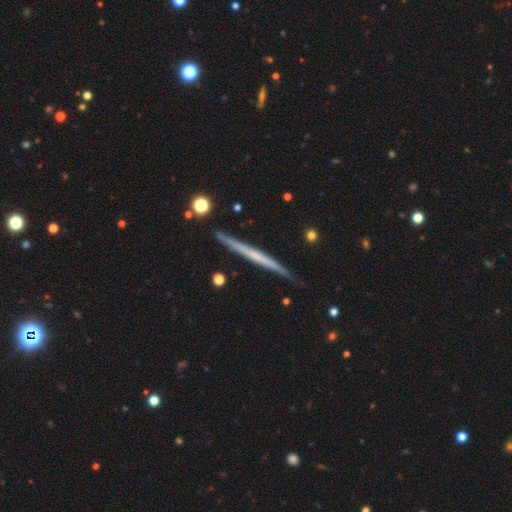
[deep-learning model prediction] Overall: featured or disk (59%; smooth 35%). Edge-on disk: yes (97%). Edge-on bulge: none (86%). Merging: none (89%).